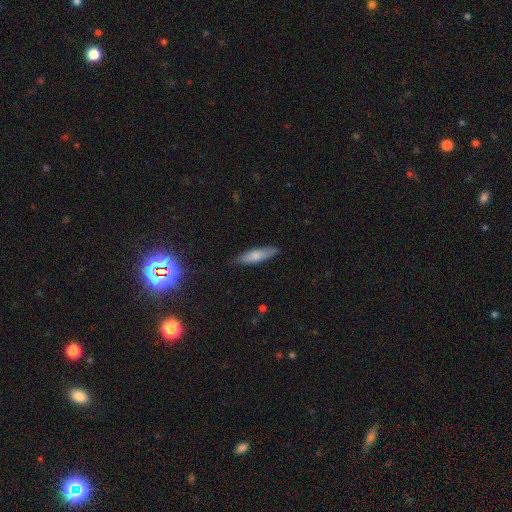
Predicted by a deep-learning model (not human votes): A smooth galaxy with no disk features (72%) that is cigar-shaped (68%).

Vote fractions:
- Smooth or featured? smooth: 72% / featured or disk: 21% / star or artifact: 6%
- How rounded? cigar-shaped: 68% / in between: 30% / round: 2%
- Merging? none: 83% / minor disturbance: 14% / major disturbance: 2% / merger: 1%